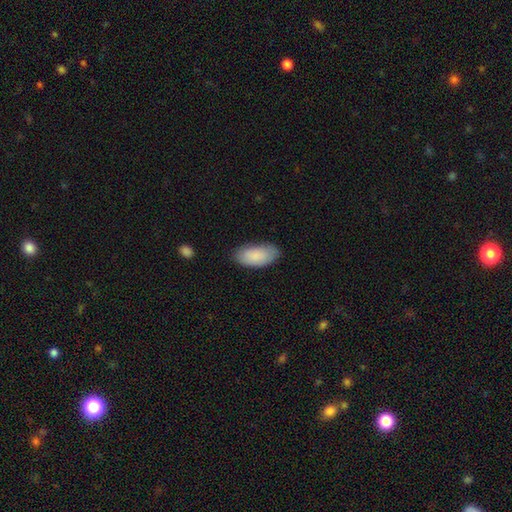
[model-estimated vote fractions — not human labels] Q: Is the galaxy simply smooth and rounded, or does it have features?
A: smooth — 87%.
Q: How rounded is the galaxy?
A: in between — 93%.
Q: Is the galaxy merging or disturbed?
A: none — 79%.